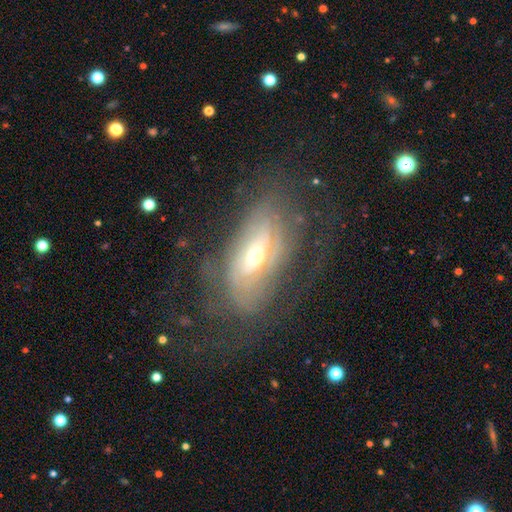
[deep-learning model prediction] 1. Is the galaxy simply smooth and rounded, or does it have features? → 72% featured or disk, 20% smooth, 8% star or artifact.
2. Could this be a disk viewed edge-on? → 85% no, 15% yes.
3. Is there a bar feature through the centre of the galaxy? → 46% no, 35% weak, 19% strong.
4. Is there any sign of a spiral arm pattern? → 68% yes, 32% no.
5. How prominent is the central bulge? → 55% moderate, 38% small, 5% large, 1% dominant, 1% none.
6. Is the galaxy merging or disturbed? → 56% none, 21% minor disturbance, 21% major disturbance, 2% merger.